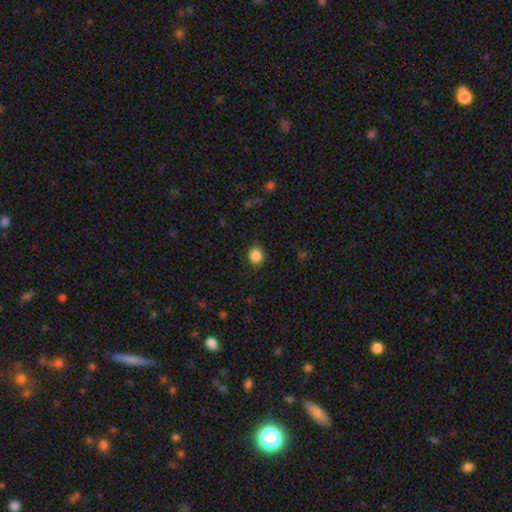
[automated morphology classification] smooth-or-featured: smooth: 87% | star or artifact: 10% | featured or disk: 3%
  how-rounded: round: 72% | in between: 27% | cigar-shaped: 1%
  merging: none: 84% | minor disturbance: 12% | major disturbance: 3% | merger: 1%